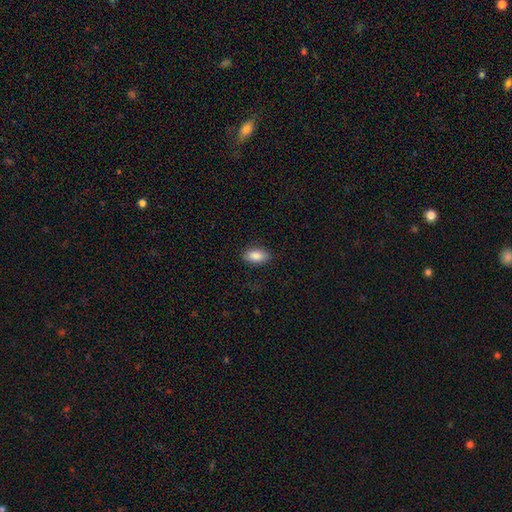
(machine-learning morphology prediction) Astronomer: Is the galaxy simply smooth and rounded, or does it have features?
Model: smooth — 88%.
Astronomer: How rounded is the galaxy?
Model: in between — 92%.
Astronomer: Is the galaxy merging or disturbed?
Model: none — 86%.